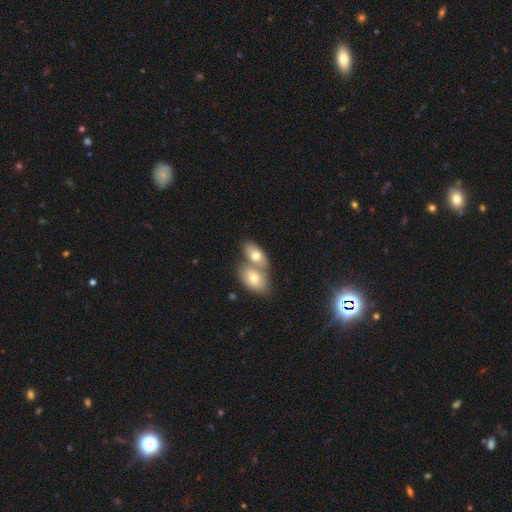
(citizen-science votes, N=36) smooth-or-featured: smooth: 75% | featured or disk: 19% | star or artifact: 6%
  how-rounded: in between: 96% | round: 4% | cigar-shaped: 0%
  merging: merger: 59% | none: 35% | minor disturbance: 6% | major disturbance: 0%